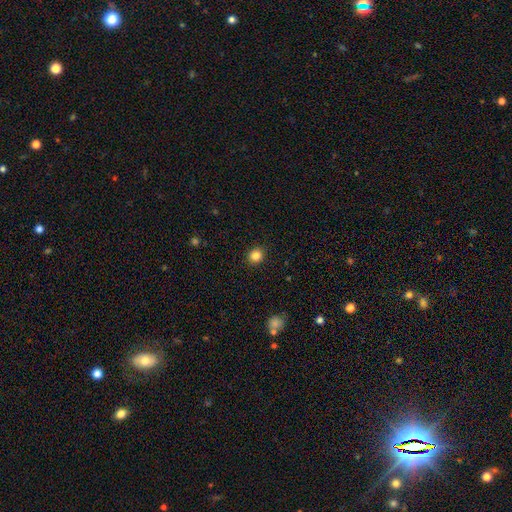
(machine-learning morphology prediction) smooth_or_featured: smooth (p=0.84) [alt: star or artifact p=0.11]
how_rounded: round (p=0.85) [alt: in between p=0.15]
merging: none (p=0.92) [alt: minor disturbance p=0.06]